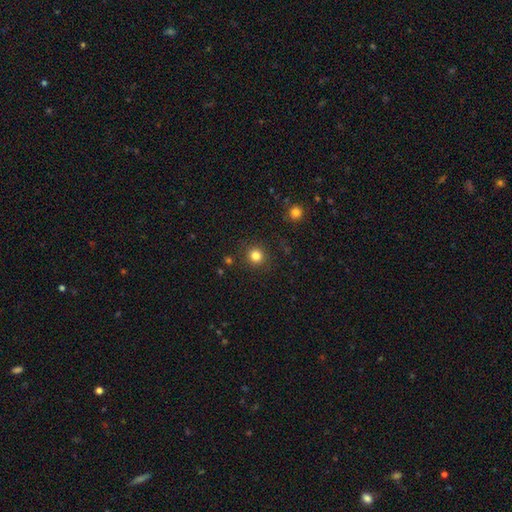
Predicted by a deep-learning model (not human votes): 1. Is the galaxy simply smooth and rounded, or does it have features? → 83% smooth, 13% star or artifact, 5% featured or disk.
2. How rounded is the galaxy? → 92% round, 7% in between, 1% cigar-shaped.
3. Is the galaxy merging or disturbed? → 88% none, 7% minor disturbance, 3% major disturbance, 2% merger.